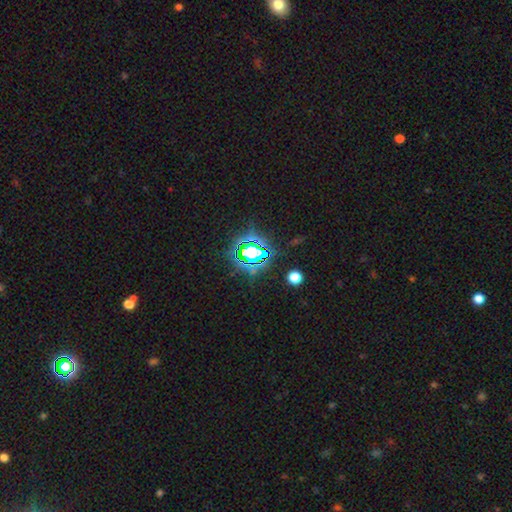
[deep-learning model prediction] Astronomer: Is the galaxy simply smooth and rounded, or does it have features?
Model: star or artifact — 74%.